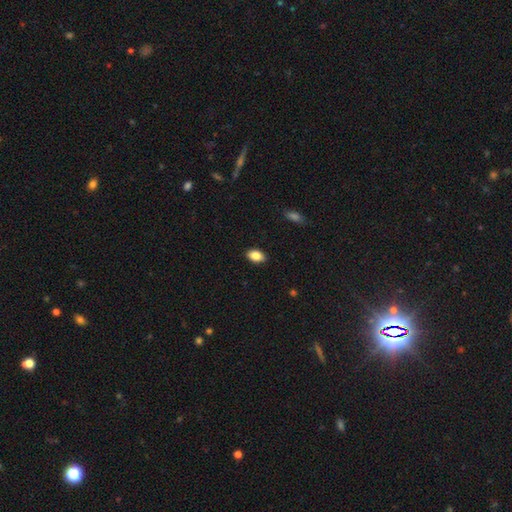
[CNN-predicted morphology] smooth 85%, star or artifact 8%, featured or disk 7%. Down the decision tree: how rounded — in between (89%); merging — none (89%).